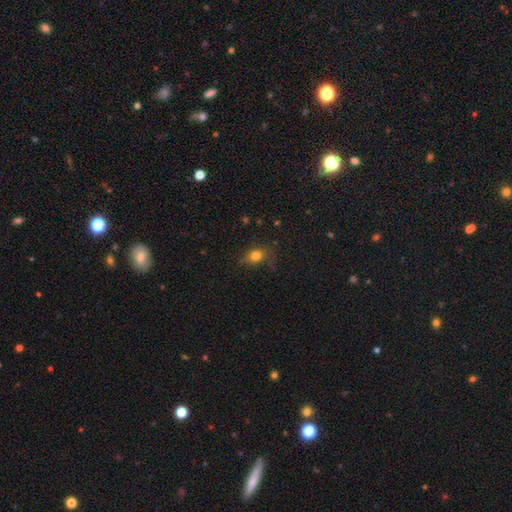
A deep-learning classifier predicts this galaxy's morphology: Overall: smooth (78%). How rounded: round (51%; in between 47%). Merging: none (69%).